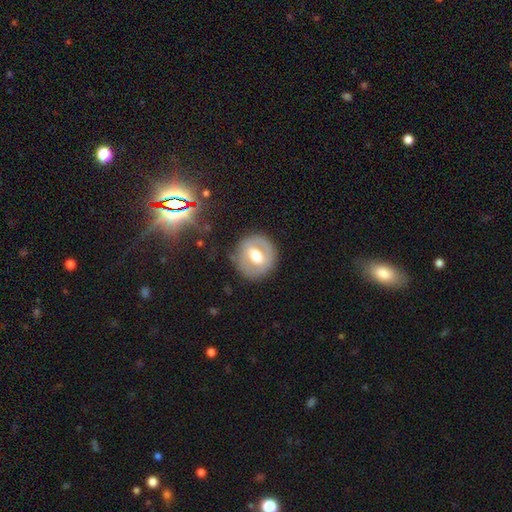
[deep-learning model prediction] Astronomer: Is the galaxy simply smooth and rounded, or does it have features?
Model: featured or disk — 50% (runner-up: smooth, 42%).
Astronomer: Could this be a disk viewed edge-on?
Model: no — 94%.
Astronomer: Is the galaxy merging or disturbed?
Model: none — 80%.